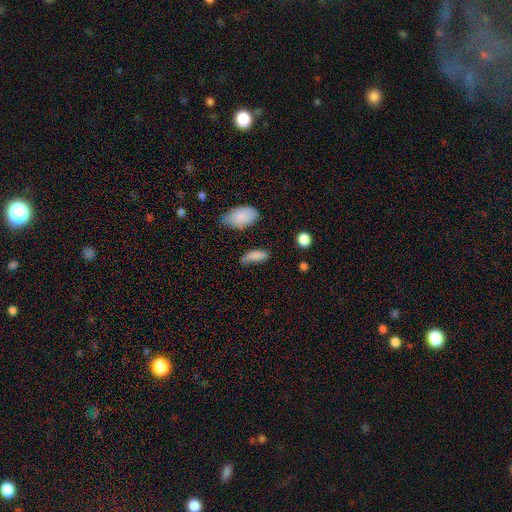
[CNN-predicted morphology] Overall: smooth (80%). How rounded: in between (76%). Merging: none (51%; minor disturbance 32%).